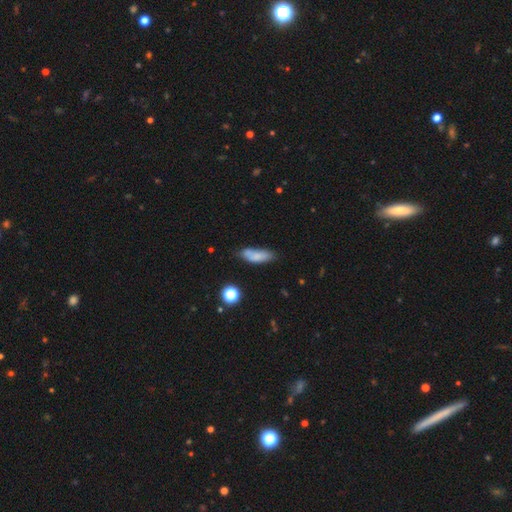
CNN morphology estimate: Overall: smooth (76%). How rounded: in between (65%; cigar-shaped 32%). Merging: none (57%; minor disturbance 29%).